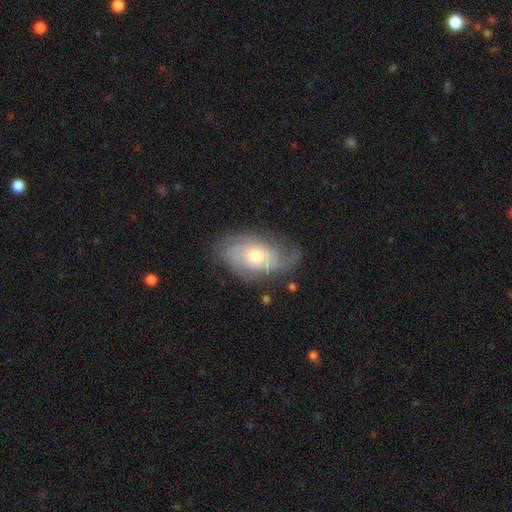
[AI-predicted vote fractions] Smooth or featured?
  - featured or disk: 76% *
  - smooth: 18%
  - star or artifact: 6%
Edge-on disk?
  - no: 95% *
  - yes: 5%
Bar?
  - no: 78% *
  - weak: 19%
  - strong: 3%
Spiral arms?
  - yes: 91% *
  - no: 9%
Spiral winding?
  - tight: 45% *
  - medium: 36%
  - loose: 19%
Spiral arm count?
  - 2: 39% *
  - can't tell: 30%
  - 3: 15%
  - 1: 6%
  - 4: 5%
  - more than 4: 4%
Bulge size?
  - moderate: 65% *
  - small: 27%
  - large: 6%
  - none: 1%
  - dominant: 1%
Merging?
  - none: 66% *
  - minor disturbance: 22%
  - major disturbance: 11%
  - merger: 2%